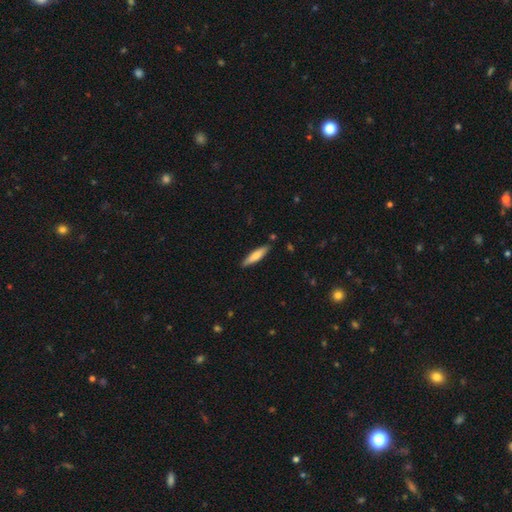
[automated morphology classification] smooth-or-featured: smooth: 70% | featured or disk: 24% | star or artifact: 6%
  how-rounded: cigar-shaped: 79% | in between: 19% | round: 1%
  merging: none: 86% | minor disturbance: 10% | merger: 2% | major disturbance: 2%